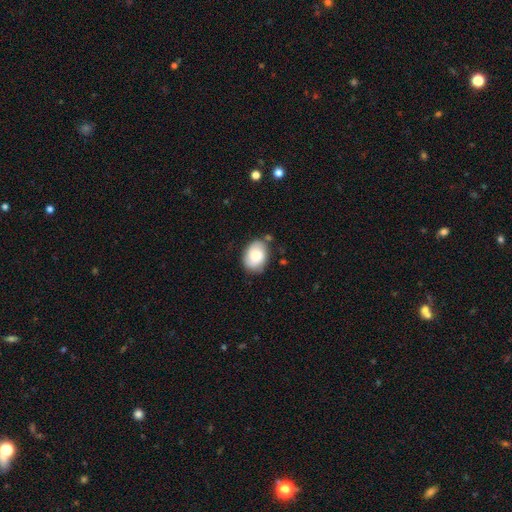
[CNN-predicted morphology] Smooth or featured? smooth (76%)
How rounded? in between (76%)
Merging? none (70%)